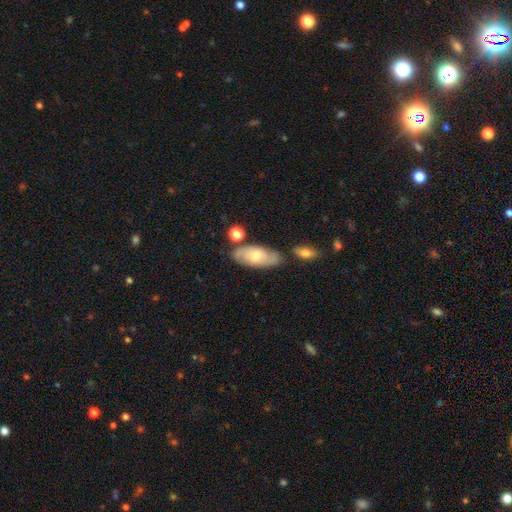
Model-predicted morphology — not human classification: smooth-or-featured: smooth: 56% | featured or disk: 37% | star or artifact: 6%
  how-rounded: in between: 86% | cigar-shaped: 11% | round: 3%
  merging: none: 66% | minor disturbance: 18% | merger: 11% | major disturbance: 5%